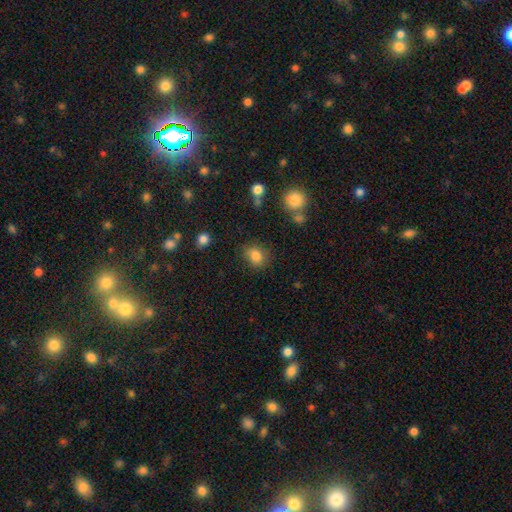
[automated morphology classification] Overall: smooth (83%). How rounded: round (62%; in between 37%). Merging: none (77%).